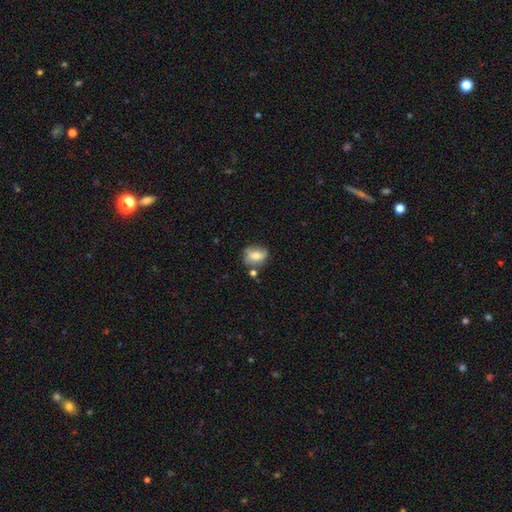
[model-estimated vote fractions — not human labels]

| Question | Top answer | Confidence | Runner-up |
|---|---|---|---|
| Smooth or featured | smooth | 64% | featured or disk (27%) |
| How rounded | in between | 61% | round (37%) |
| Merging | none | 59% | minor disturbance (23%) |